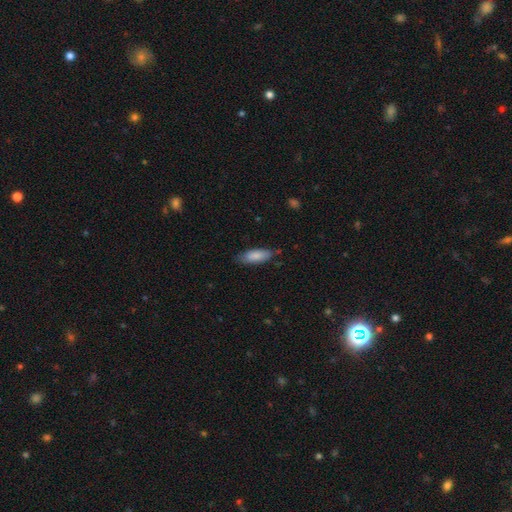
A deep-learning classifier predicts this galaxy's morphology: Smooth or featured: smooth — 85% (featured or disk — 10%)
How rounded: in between — 72% (cigar-shaped — 27%)
Merging: none — 75% (minor disturbance — 20%)